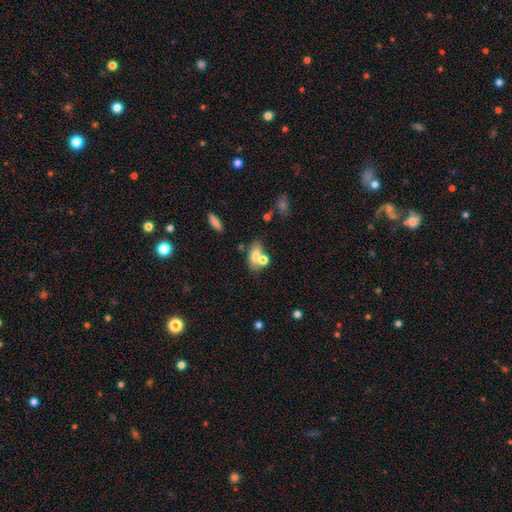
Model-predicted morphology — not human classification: This is likely a smooth galaxy (68%). How rounded: clearly in between (82%). Merging: marginally merger (40%, tied with none).